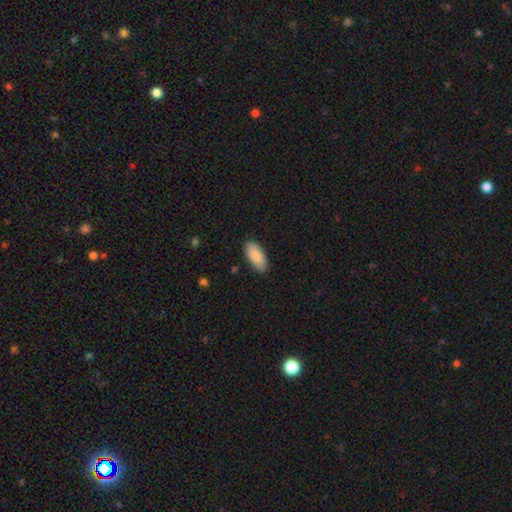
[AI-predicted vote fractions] Smooth or featured? Predicted: smooth (p=0.88). How rounded? Predicted: in between (p=0.89). Merging? Predicted: none (p=0.87).